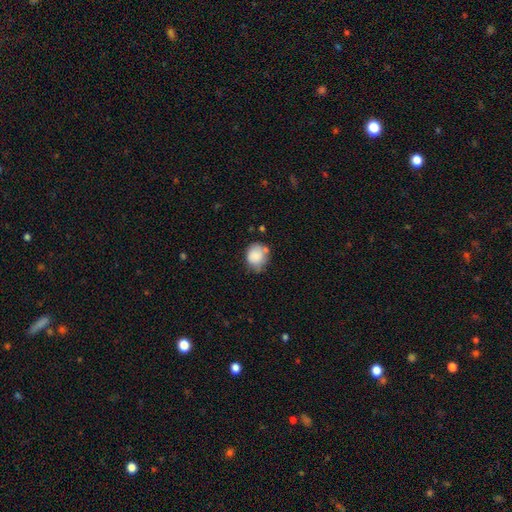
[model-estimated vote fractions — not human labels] A smooth galaxy with no disk features (84%) that is round (72%).

Vote fractions:
- Smooth or featured? smooth: 84% / featured or disk: 8% / star or artifact: 8%
- How rounded? round: 72% / in between: 28% / cigar-shaped: 1%
- Merging? none: 57% / minor disturbance: 28% / merger: 8% / major disturbance: 7%